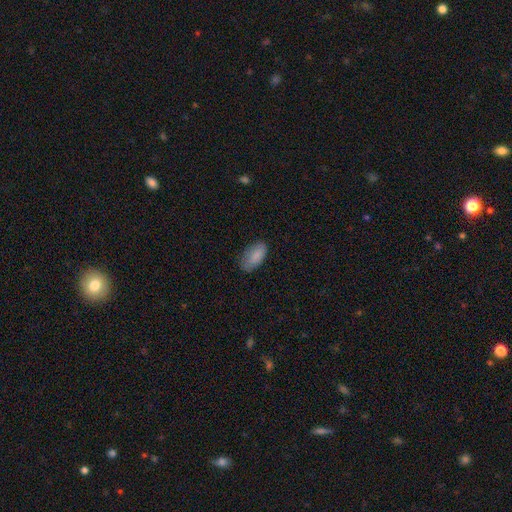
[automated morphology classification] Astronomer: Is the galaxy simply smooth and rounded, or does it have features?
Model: smooth — 84%.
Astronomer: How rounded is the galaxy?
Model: in between — 90%.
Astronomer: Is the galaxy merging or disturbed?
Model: none — 64%.